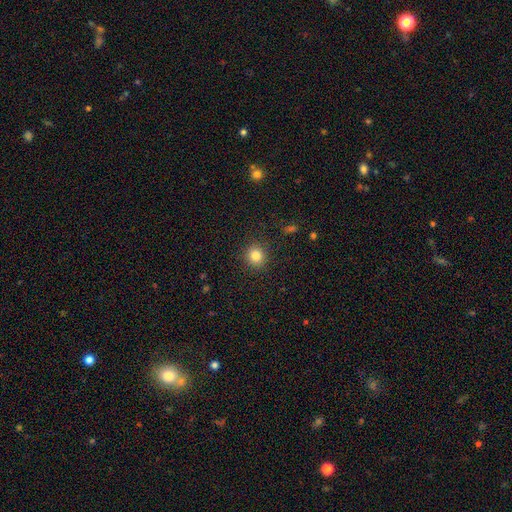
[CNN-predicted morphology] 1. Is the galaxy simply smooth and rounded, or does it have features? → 83% smooth, 11% star or artifact, 6% featured or disk.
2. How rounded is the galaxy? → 90% round, 9% in between, 1% cigar-shaped.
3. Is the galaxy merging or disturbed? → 90% none, 6% minor disturbance, 2% major disturbance, 1% merger.